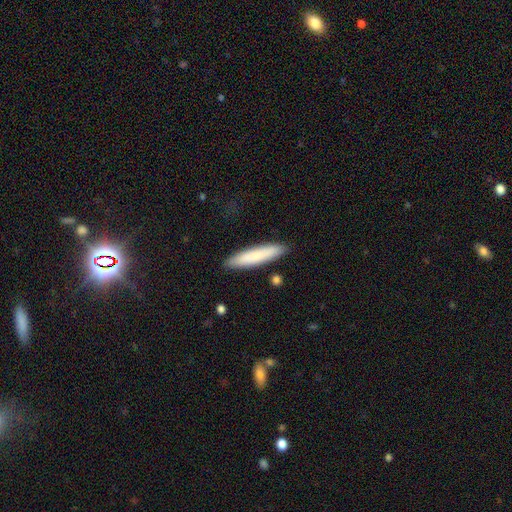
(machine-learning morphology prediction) A smooth galaxy with no disk features (79%) that is cigar-shaped (85%). Merging: none (88%).